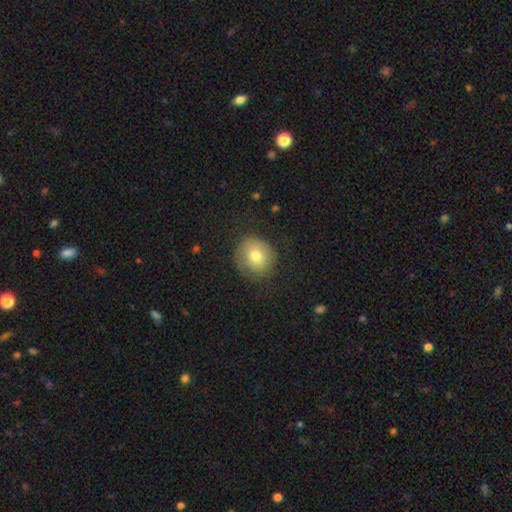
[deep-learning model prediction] Morphology: type=smooth (74%); roundness=round (84%); merging=none (78%).